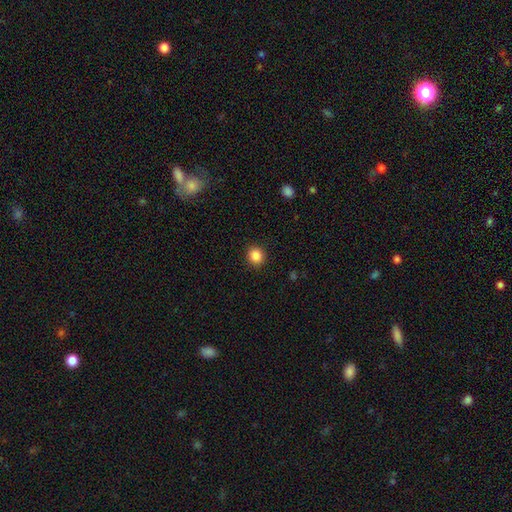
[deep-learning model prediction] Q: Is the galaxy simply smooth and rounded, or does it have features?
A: smooth — 87%.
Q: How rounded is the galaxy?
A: round — 86%.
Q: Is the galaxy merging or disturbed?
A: none — 91%.